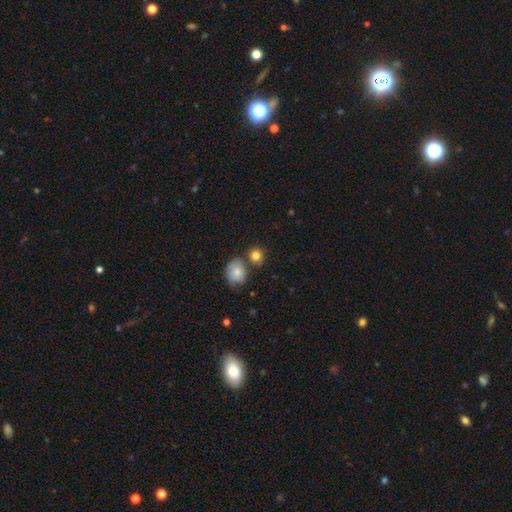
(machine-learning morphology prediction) Smooth or featured: smooth — 82% (star or artifact — 10%)
How rounded: round — 80% (in between — 19%)
Merging: none — 60% (merger — 23%)